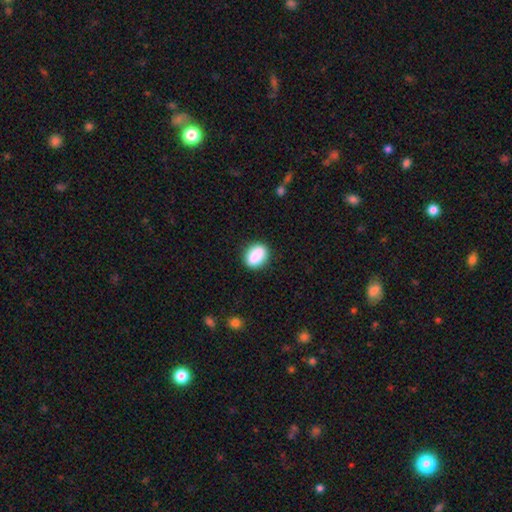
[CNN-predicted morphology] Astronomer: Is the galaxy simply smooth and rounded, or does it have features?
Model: smooth — 86%.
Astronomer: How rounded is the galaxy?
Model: in between — 69%.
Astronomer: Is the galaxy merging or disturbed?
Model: none — 78%.